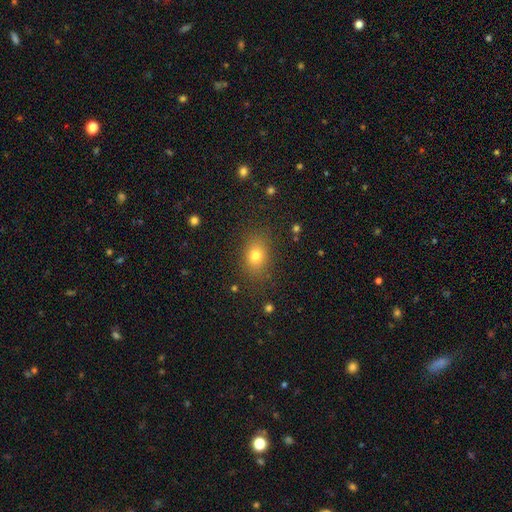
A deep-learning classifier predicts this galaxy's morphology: Smooth or featured? smooth (77%)
How rounded? in between (70%)
Merging? none (83%)